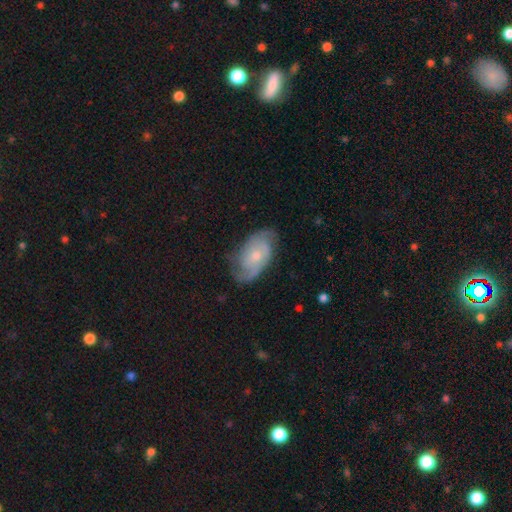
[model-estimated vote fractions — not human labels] Smooth or featured? Predicted: featured or disk (p=0.75). Edge-on disk? Predicted: no (p=0.95). Bar? Predicted: no (p=0.70). Spiral arms? Predicted: yes (p=0.93). Spiral winding? Predicted: tight (p=0.44). Spiral arm count? Predicted: 2 (p=0.65). Bulge size? Predicted: small (p=0.50). Merging? Predicted: none (p=0.72).